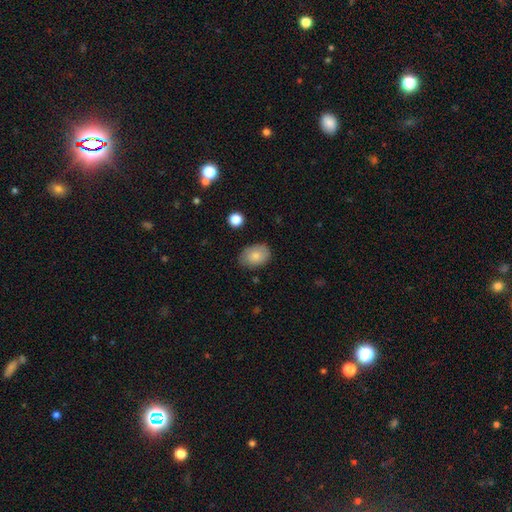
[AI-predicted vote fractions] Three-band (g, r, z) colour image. It shows a smooth galaxy with no disk features (79%) that is in between round and cigar-shaped (79%). Merging: none (76%).